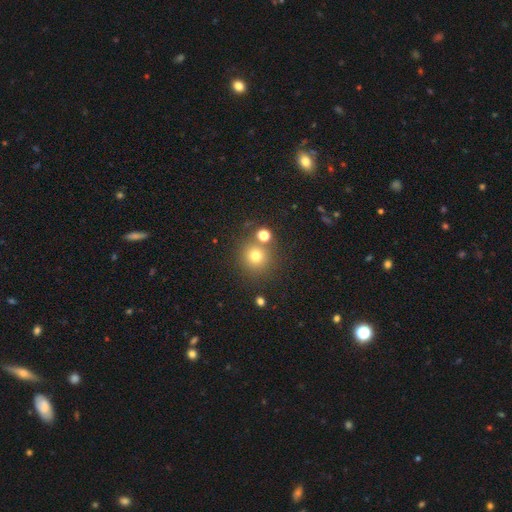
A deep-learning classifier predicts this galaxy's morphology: A smooth galaxy with no disk features (75%) that is round (92%).

Vote fractions:
- Smooth or featured? smooth: 75% / star or artifact: 17% / featured or disk: 8%
- How rounded? round: 92% / in between: 7% / cigar-shaped: 1%
- Merging? none: 75% / merger: 13% / minor disturbance: 8% / major disturbance: 3%